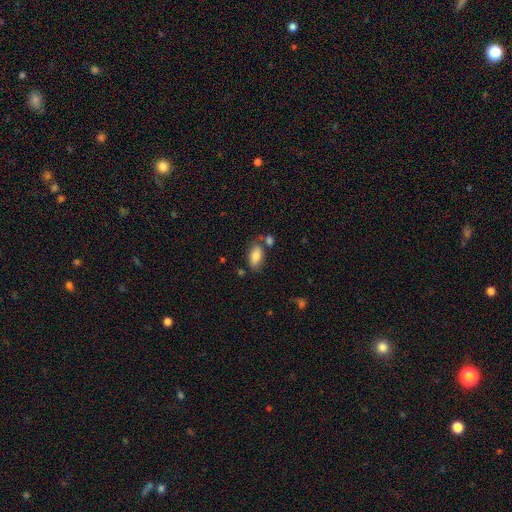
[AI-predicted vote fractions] Overall: smooth (82%). How rounded: in between (91%). Merging: none (66%).